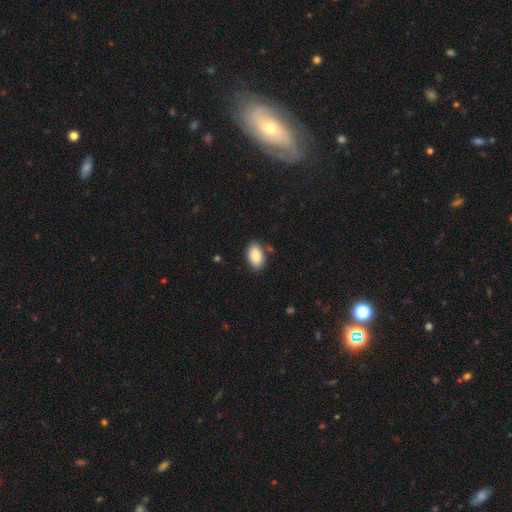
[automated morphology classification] Smooth or featured?
  - smooth: 86% *
  - featured or disk: 8%
  - star or artifact: 7%
How rounded?
  - in between: 93% *
  - round: 5%
  - cigar-shaped: 2%
Merging?
  - none: 82% *
  - minor disturbance: 12%
  - merger: 3%
  - major disturbance: 3%